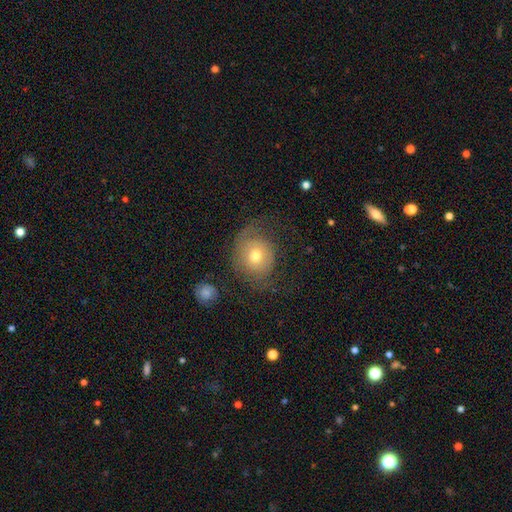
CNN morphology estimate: The model was most divided on "smooth or featured": smooth: 55%, featured or disk: 35%, star or artifact: 10%. Remaining: how rounded — round (72%); merging — none (50%).